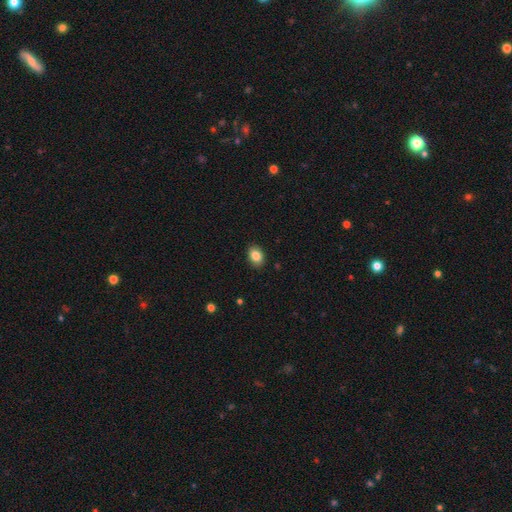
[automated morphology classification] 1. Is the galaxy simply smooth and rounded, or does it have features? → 86% smooth, 8% star or artifact, 6% featured or disk.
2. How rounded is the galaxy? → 76% in between, 23% round, 1% cigar-shaped.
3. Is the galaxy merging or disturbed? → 89% none, 9% minor disturbance, 2% major disturbance, 1% merger.